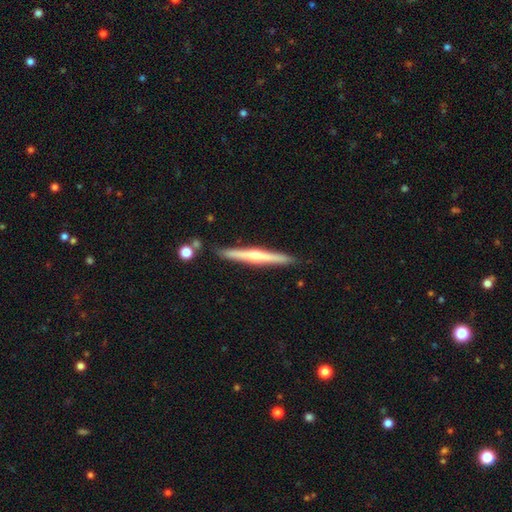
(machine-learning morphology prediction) This appears to be a featured or disk galaxy (65%) viewed edge-on (98%) with a rounded central bulge (75%). Merging: none (88%).